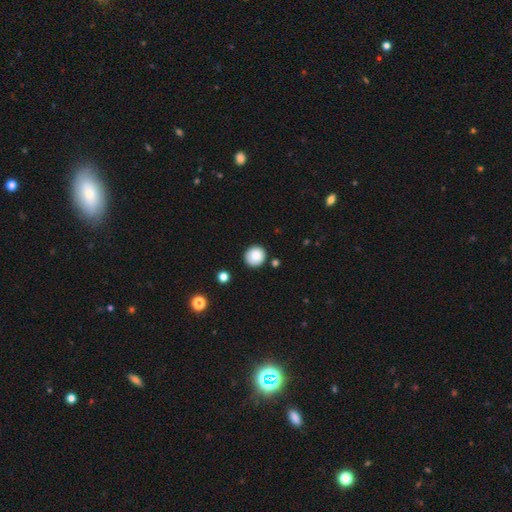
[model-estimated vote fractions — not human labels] Smooth or featured? Predicted: smooth (p=0.87). How rounded? Predicted: round (p=0.89). Merging? Predicted: none (p=0.84).